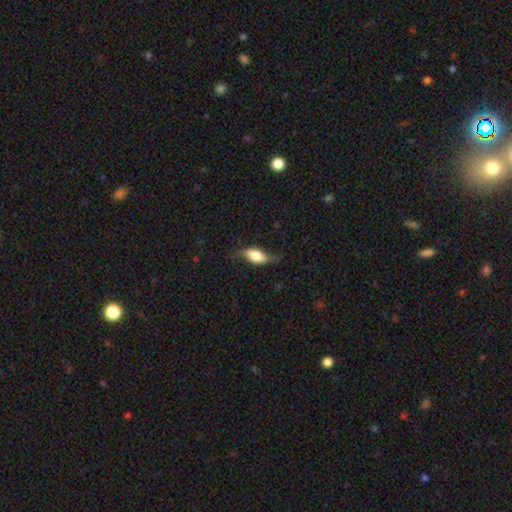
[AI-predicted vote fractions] A smooth galaxy with no disk features (63%) that is in between round and cigar-shaped (79%). Merging: none (61%).